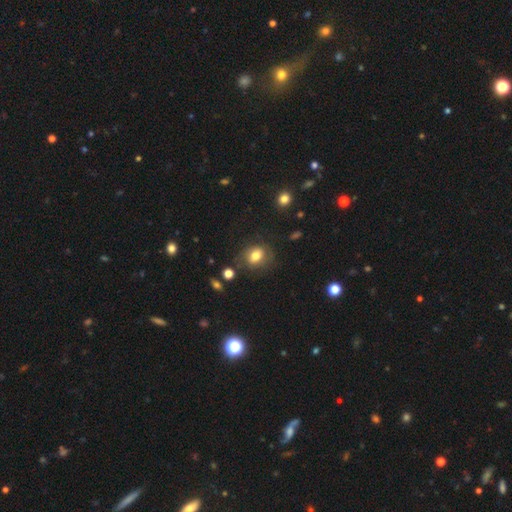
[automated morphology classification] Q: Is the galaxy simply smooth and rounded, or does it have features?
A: smooth — 74%.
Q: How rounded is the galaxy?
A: in between — 51%.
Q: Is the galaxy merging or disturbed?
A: none — 70%.